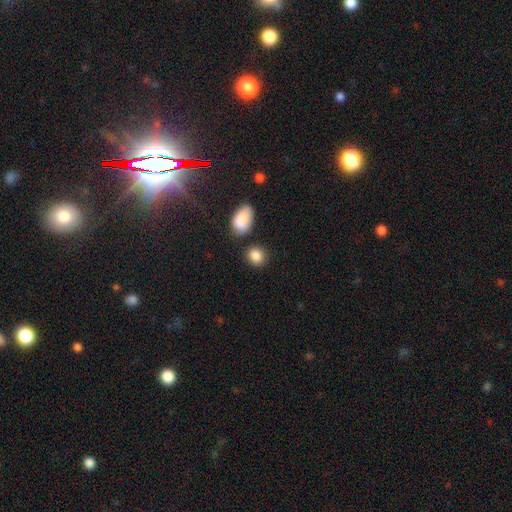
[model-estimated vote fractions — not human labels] Smooth or featured: smooth — 87% (star or artifact — 9%)
How rounded: round — 64% (in between — 34%)
Merging: none — 78% (minor disturbance — 11%)